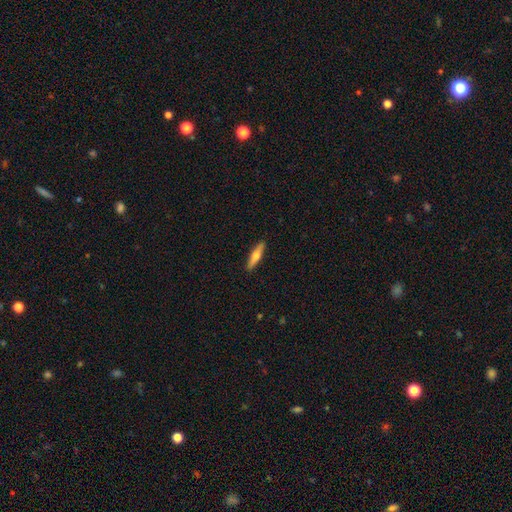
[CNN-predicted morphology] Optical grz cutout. It shows a smooth galaxy with no disk features (52%) that is cigar-shaped (78%). Merging: none (90%).